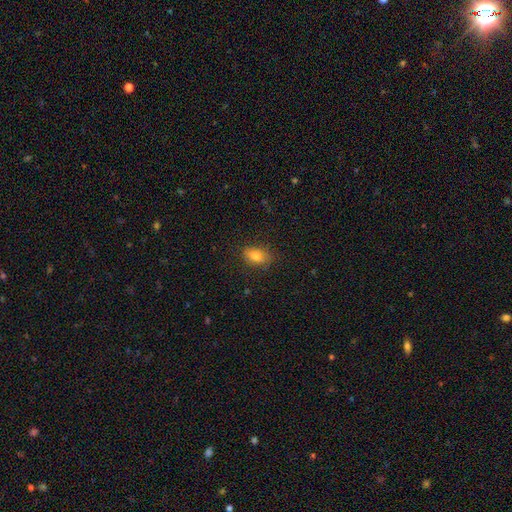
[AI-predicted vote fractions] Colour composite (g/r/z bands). It shows a smooth galaxy with no disk features (81%) that is in between round and cigar-shaped (83%). Merging: none (81%).